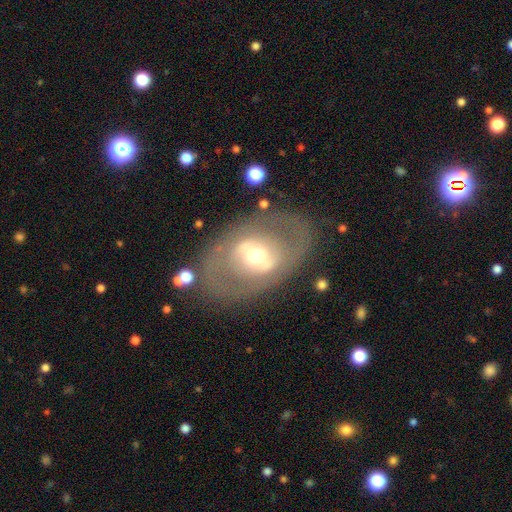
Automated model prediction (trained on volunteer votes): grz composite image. It shows a featured or disk galaxy (66%) with no bar (41%), no spiral arms (73%) and a moderate central bulge (65%). Merging: none (77%).